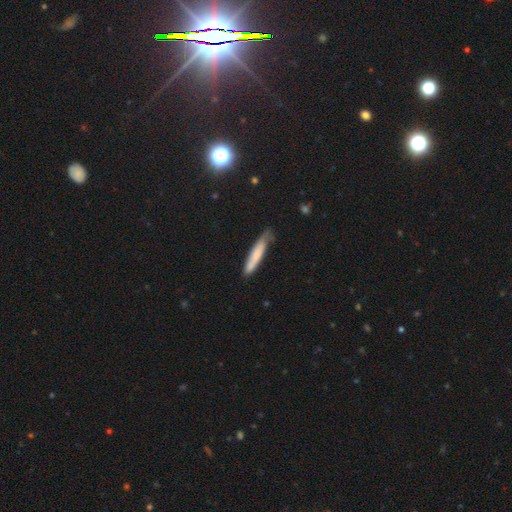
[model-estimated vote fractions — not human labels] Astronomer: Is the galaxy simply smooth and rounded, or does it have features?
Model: smooth — 70%.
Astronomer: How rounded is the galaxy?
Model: cigar-shaped — 89%.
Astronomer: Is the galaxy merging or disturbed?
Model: none — 65%.